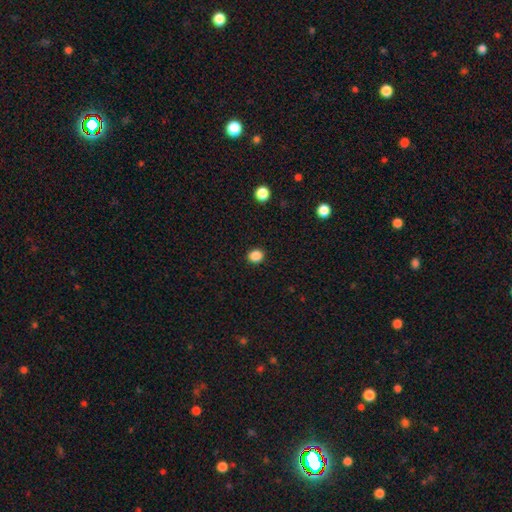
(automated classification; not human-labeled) smooth-or-featured: smooth: 87% | star or artifact: 11% | featured or disk: 2%
  how-rounded: round: 78% | in between: 21% | cigar-shaped: 1%
  merging: none: 91% | minor disturbance: 6% | major disturbance: 2% | merger: 1%